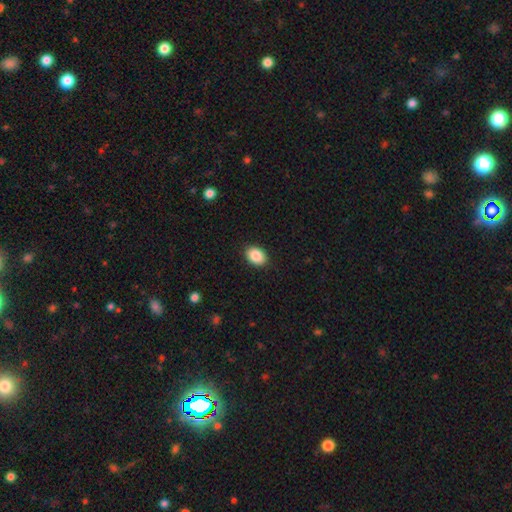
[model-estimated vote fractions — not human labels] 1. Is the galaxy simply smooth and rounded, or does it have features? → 88% smooth, 8% star or artifact, 4% featured or disk.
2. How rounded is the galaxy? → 75% in between, 24% round, 1% cigar-shaped.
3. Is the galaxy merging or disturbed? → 89% none, 8% minor disturbance, 2% major disturbance, 1% merger.